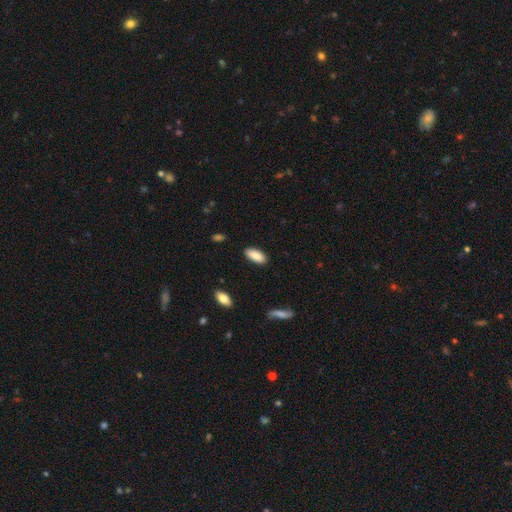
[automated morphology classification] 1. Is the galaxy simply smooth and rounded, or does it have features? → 88% smooth, 6% star or artifact, 6% featured or disk.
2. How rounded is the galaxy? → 84% in between, 14% cigar-shaped, 2% round.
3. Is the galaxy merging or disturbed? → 87% none, 10% minor disturbance, 2% major disturbance, 1% merger.